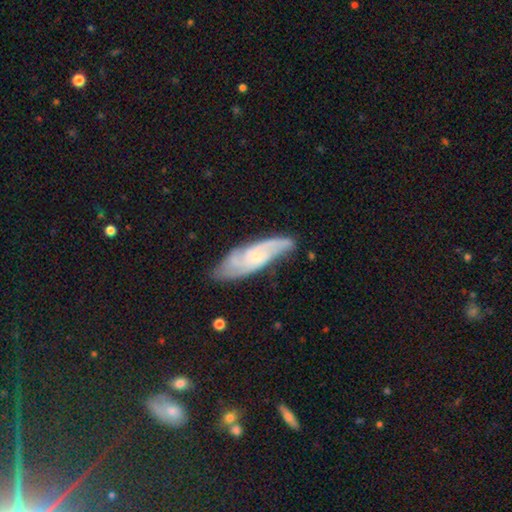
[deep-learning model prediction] The model was most divided on "spiral winding": tight: 44%, medium: 43%, loose: 13%. Remaining: spiral arms — yes (95%); edge-on disk — no (87%); smooth or featured — featured or disk (78%); bulge size — small (73%); merging — none (72%); bar — no (65%); spiral arm count — 2 (35%).